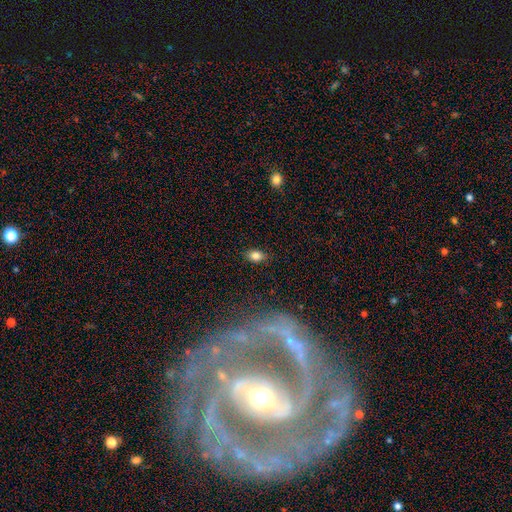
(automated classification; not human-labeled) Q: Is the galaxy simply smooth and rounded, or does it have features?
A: smooth — 81%.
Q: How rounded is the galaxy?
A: in between — 82%.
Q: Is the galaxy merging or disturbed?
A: none — 84%.